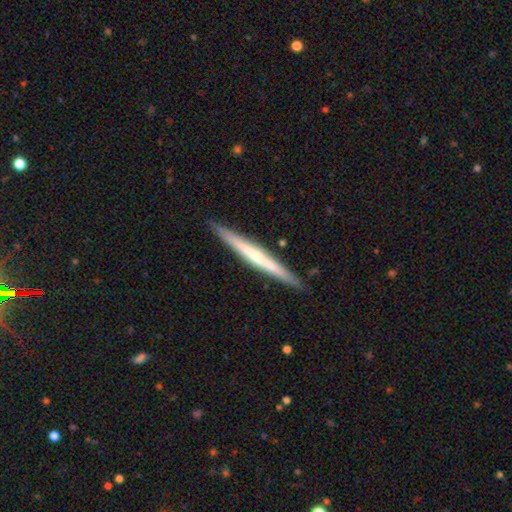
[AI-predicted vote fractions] Morphology: type=featured or disk (64%); edge-on=yes (97%); edge-on bulge=none (47%, tied with rounded); merging=none (91%).